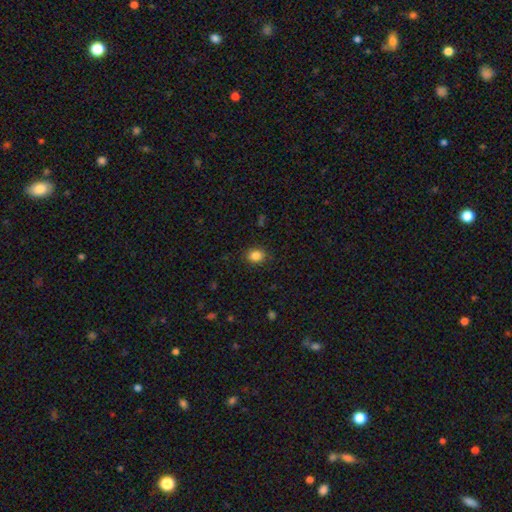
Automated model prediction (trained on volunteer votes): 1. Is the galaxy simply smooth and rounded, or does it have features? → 86% smooth, 10% star or artifact, 4% featured or disk.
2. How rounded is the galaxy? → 55% round, 44% in between, 1% cigar-shaped.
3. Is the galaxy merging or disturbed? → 88% none, 8% minor disturbance, 2% major disturbance, 1% merger.